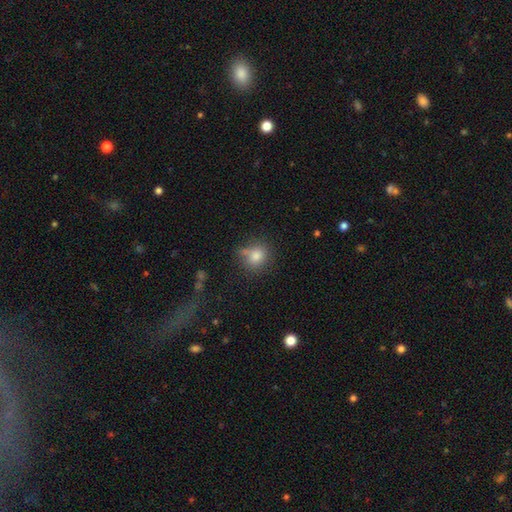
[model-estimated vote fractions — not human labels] Q: Smooth or featured?
A: smooth (80%); runner-up: star or artifact (12%)
Q: How rounded?
A: round (74%); runner-up: in between (25%)
Q: Merging?
A: none (61%); runner-up: minor disturbance (20%)